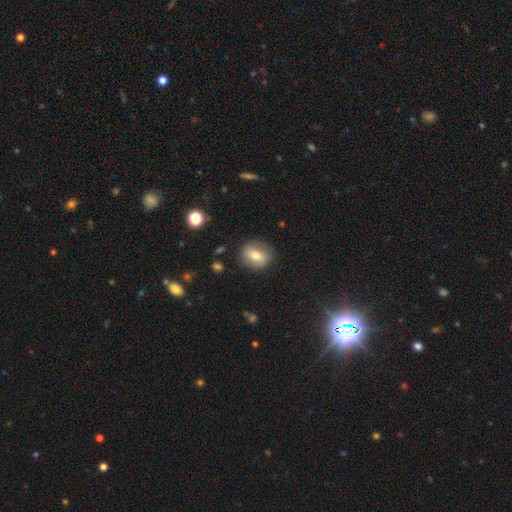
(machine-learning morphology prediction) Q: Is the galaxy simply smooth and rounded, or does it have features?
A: smooth — 66%.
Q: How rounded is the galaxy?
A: round — 61%.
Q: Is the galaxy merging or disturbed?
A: none — 83%.